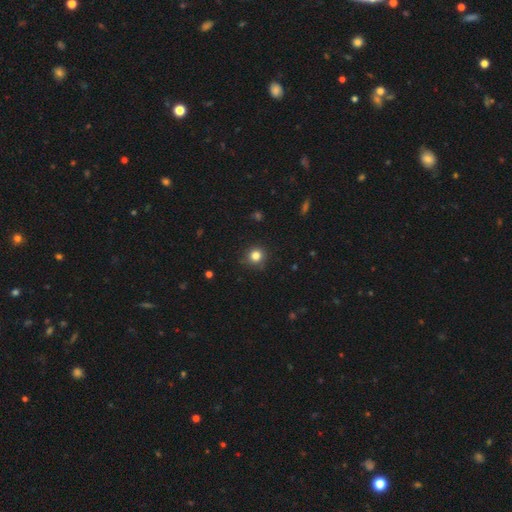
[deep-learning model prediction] This appears to be a smooth galaxy with no disk features (82%) that is round (93%). Merging: none (87%).